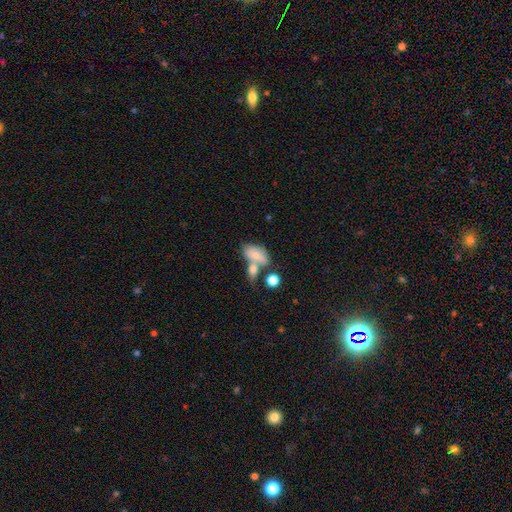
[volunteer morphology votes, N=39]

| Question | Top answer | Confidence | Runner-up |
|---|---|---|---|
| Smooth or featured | smooth | 82% | featured or disk (10%) |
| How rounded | in between | 88% | round (6%) |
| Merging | merger | 67% | none (17%) |